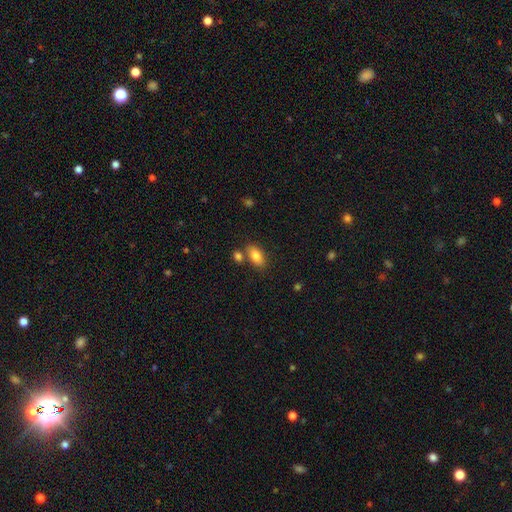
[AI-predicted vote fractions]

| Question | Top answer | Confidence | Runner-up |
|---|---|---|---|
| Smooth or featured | smooth | 83% | featured or disk (9%) |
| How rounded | in between | 89% | round (6%) |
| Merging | none | 68% | merger (17%) |